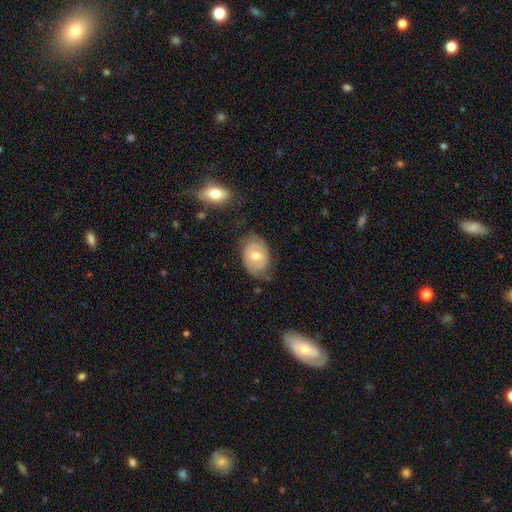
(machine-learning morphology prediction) The model was most divided on "smooth or featured": smooth: 51%, featured or disk: 42%, star or artifact: 7%. More confident: how rounded — in between (76%); merging — none (69%).